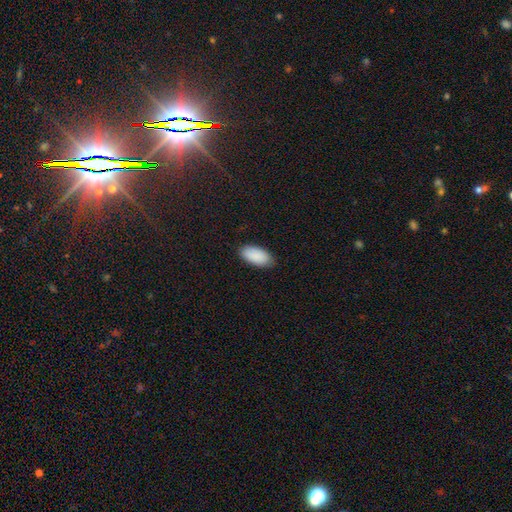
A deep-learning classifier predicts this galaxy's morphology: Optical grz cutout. It shows a smooth galaxy with no disk features (91%) that is in between round and cigar-shaped (94%). Merging: none (85%).